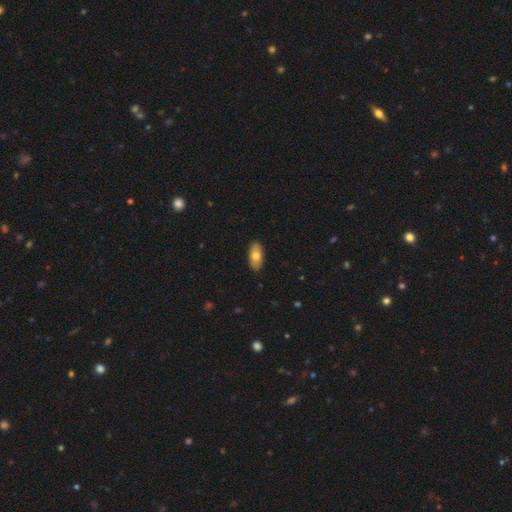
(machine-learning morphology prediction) smooth-or-featured: smooth: 73% | featured or disk: 20% | star or artifact: 6%
  how-rounded: in between: 88% | cigar-shaped: 9% | round: 3%
  merging: none: 89% | minor disturbance: 9% | major disturbance: 2% | merger: 1%